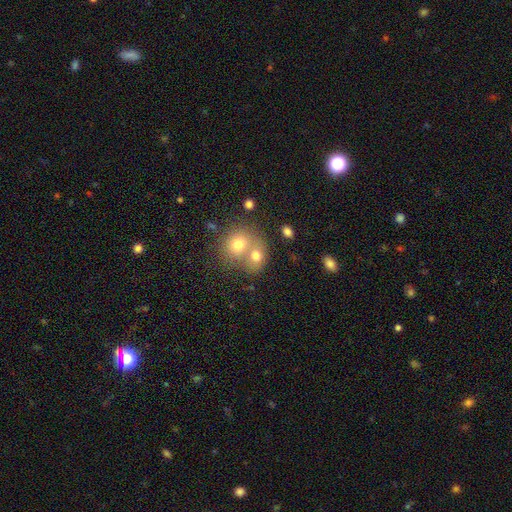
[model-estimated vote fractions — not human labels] This is likely a smooth galaxy (72%). How rounded: likely round (60%). Merging: likely merger (61%).